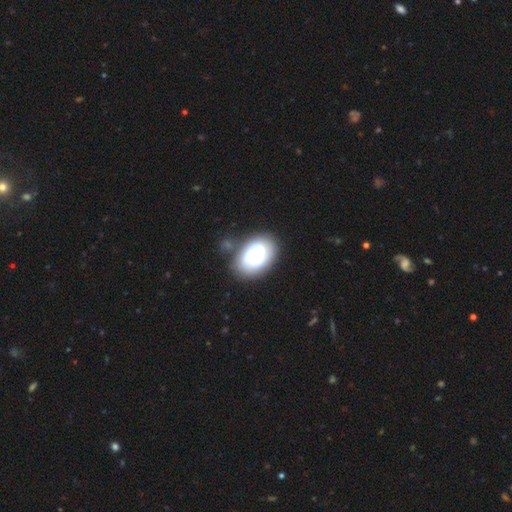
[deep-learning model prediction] Q: Smooth or featured?
A: featured or disk (50%); runner-up: smooth (42%)
Q: Merging?
A: none (66%); runner-up: minor disturbance (20%)